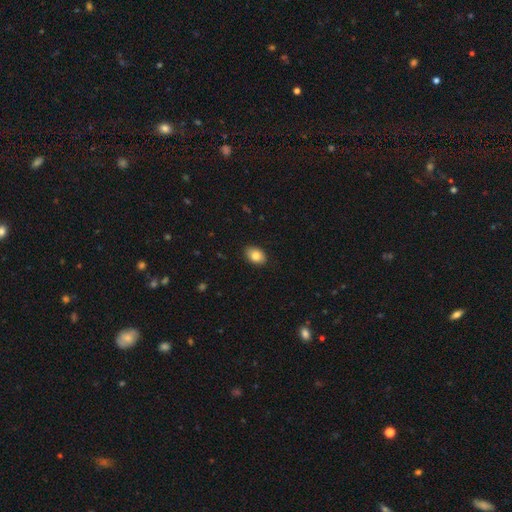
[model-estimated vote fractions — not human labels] Smooth or featured: smooth — 85% (star or artifact — 8%)
How rounded: in between — 83% (round — 16%)
Merging: none — 89% (minor disturbance — 8%)